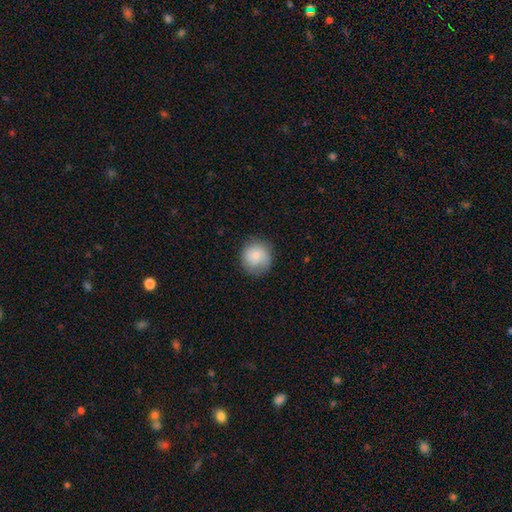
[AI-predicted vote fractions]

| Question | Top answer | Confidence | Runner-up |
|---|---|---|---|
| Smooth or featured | smooth | 76% | featured or disk (17%) |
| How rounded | round | 90% | in between (9%) |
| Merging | none | 81% | minor disturbance (14%) |